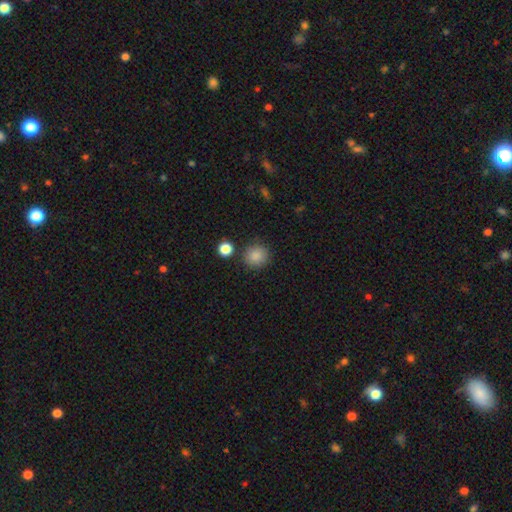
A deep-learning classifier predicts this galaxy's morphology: smooth_or_featured: smooth (p=0.86) [alt: star or artifact p=0.10]
how_rounded: round (p=0.91) [alt: in between p=0.08]
merging: none (p=0.85) [alt: minor disturbance p=0.08]